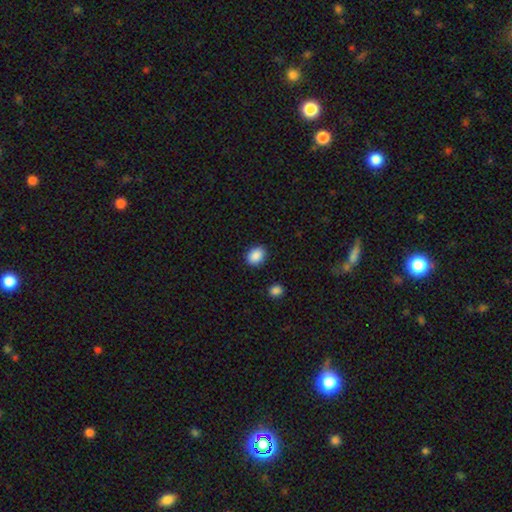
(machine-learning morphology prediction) This is clearly a smooth galaxy (89%). How rounded: possibly in between (55%). Merging: clearly none (87%).